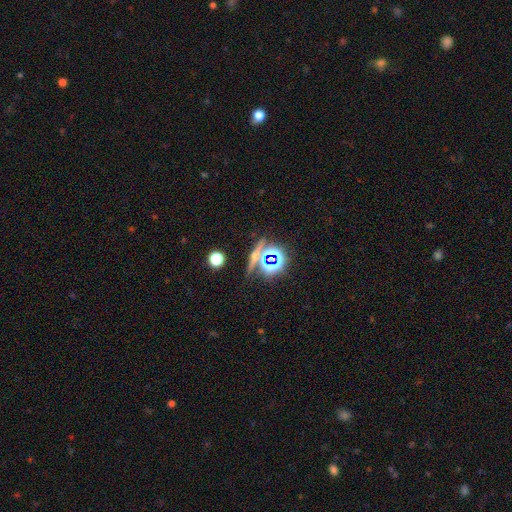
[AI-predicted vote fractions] Smooth or featured? Predicted: star or artifact (p=0.49).